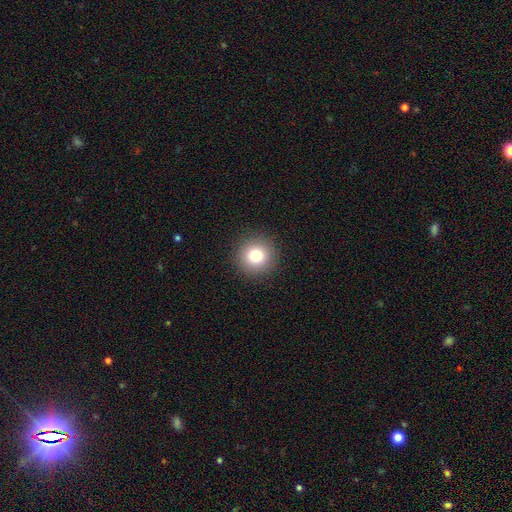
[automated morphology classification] A smooth galaxy with no disk features (80%) that is round (94%). Merging: none (92%).